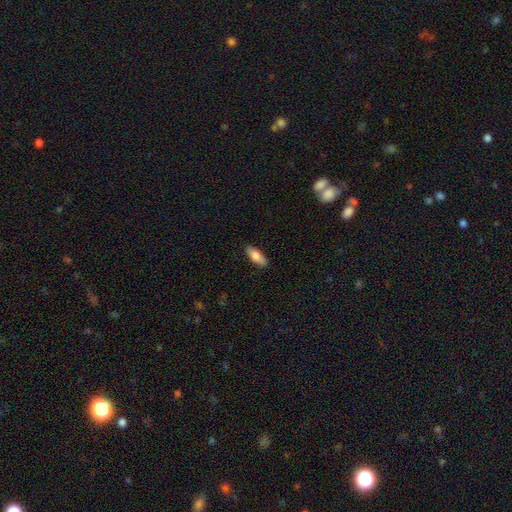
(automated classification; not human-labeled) smooth-or-featured: smooth: 83% | featured or disk: 11% | star or artifact: 6%
  how-rounded: in between: 73% | cigar-shaped: 25% | round: 2%
  merging: none: 87% | minor disturbance: 10% | major disturbance: 2% | merger: 1%